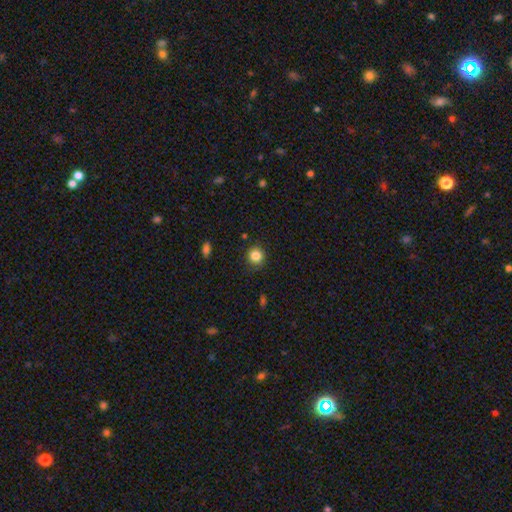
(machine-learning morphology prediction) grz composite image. It shows a smooth galaxy with no disk features (84%) that is round (91%). Merging: none (88%).